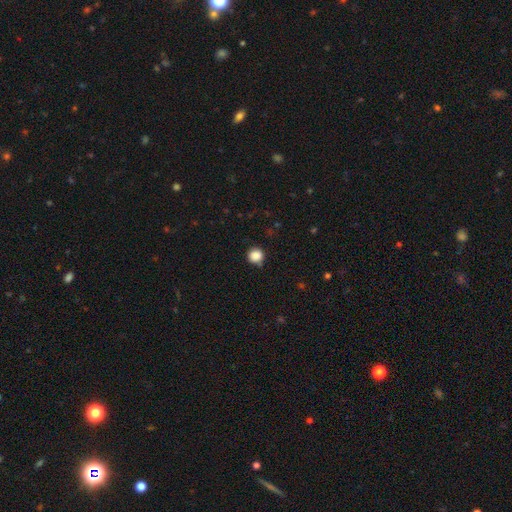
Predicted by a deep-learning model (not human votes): Smooth or featured?
  - smooth: 87% *
  - star or artifact: 10%
  - featured or disk: 3%
How rounded?
  - round: 93% *
  - in between: 6%
  - cigar-shaped: 1%
Merging?
  - none: 82% *
  - minor disturbance: 13%
  - major disturbance: 3%
  - merger: 2%